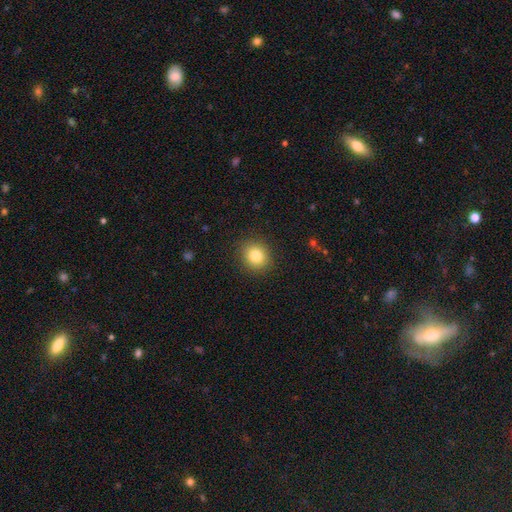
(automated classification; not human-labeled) A smooth galaxy with no disk features (83%) that is round (79%).

Vote fractions:
- Smooth or featured? smooth: 83% / star or artifact: 10% / featured or disk: 7%
- How rounded? round: 79% / in between: 20% / cigar-shaped: 1%
- Merging? none: 89% / minor disturbance: 7% / major disturbance: 2% / merger: 1%